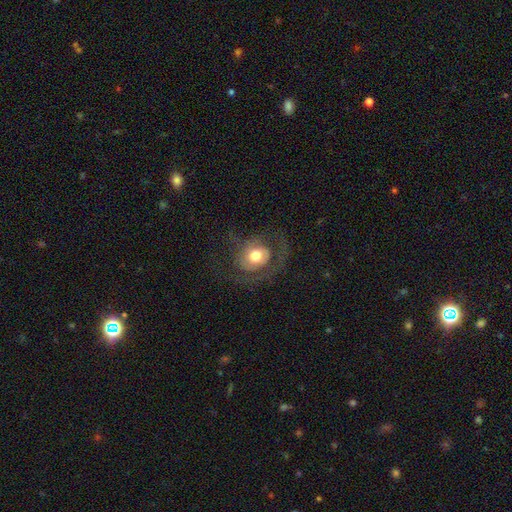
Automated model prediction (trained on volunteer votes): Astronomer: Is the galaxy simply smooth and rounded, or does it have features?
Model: featured or disk — 46% (runner-up: smooth, 45%).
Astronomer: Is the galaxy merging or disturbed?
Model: none — 55%.